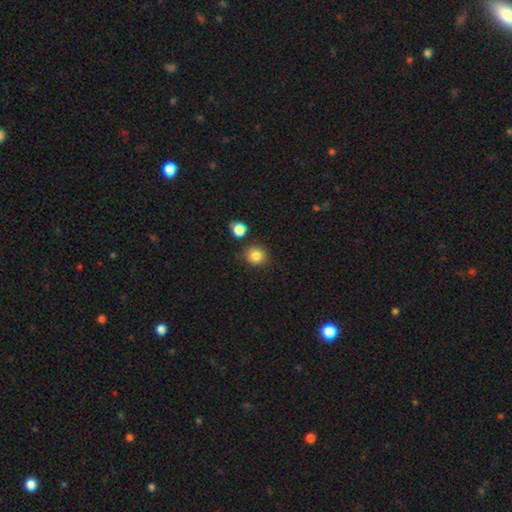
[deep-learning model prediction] smooth-or-featured: smooth: 84% | star or artifact: 11% | featured or disk: 5%
  how-rounded: round: 88% | in between: 11% | cigar-shaped: 1%
  merging: none: 82% | minor disturbance: 10% | merger: 5% | major disturbance: 3%